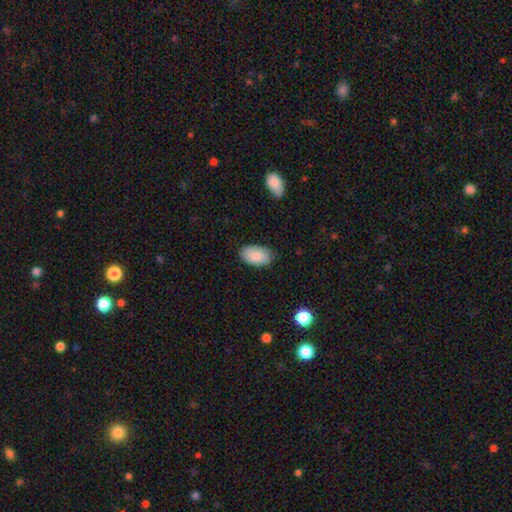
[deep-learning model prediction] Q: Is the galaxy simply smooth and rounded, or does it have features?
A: smooth — 87%.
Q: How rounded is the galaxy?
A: in between — 95%.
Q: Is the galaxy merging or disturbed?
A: none — 80%.